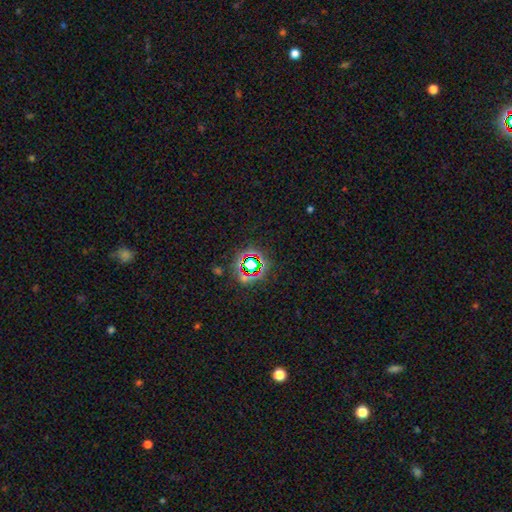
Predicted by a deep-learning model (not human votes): smooth-or-featured: star or artifact: 72% | smooth: 17% | featured or disk: 11%